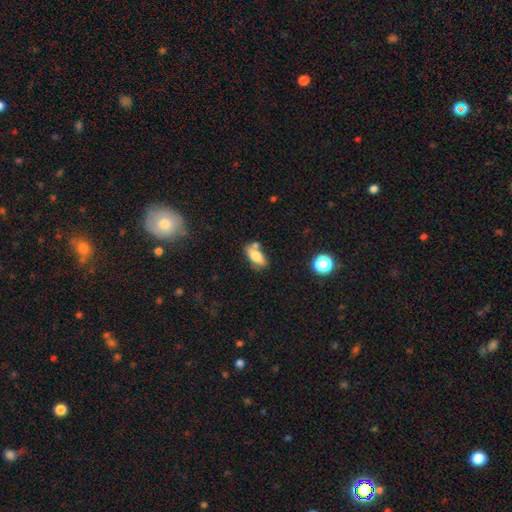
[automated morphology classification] This appears to be a smooth galaxy with no disk features (72%) that is in between round and cigar-shaped (82%). Merging: none (56%).